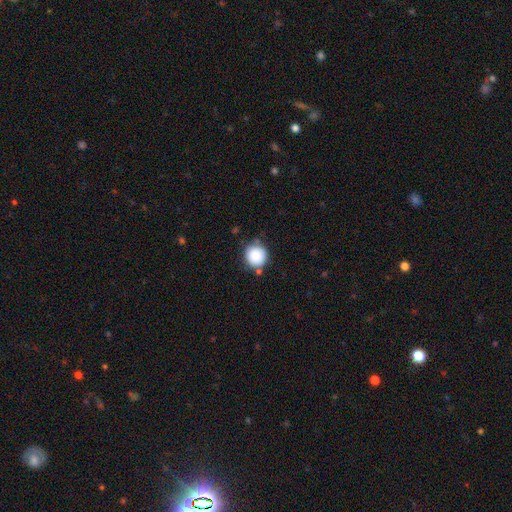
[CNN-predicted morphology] smooth_or_featured: smooth (p=0.87) [alt: star or artifact p=0.08]
how_rounded: round (p=0.93) [alt: in between p=0.06]
merging: none (p=0.76) [alt: minor disturbance p=0.14]